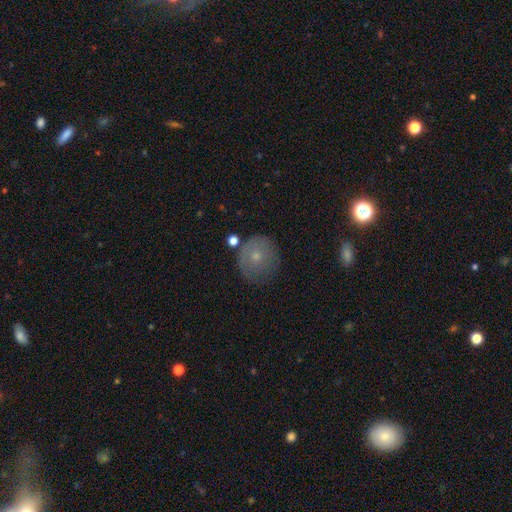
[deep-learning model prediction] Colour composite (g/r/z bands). It shows a smooth galaxy with no disk features (62%) that is round (89%). Merging: none (72%).